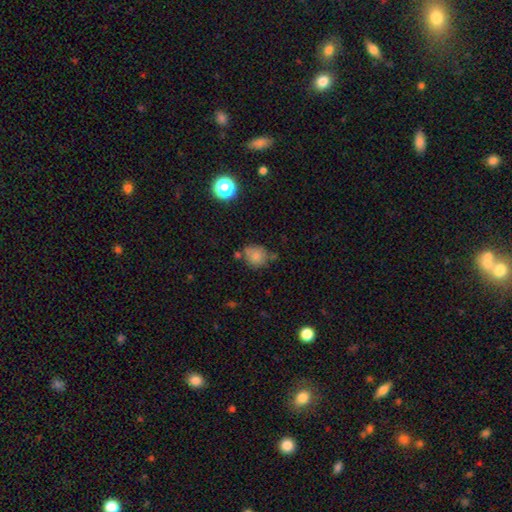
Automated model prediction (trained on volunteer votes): smooth_or_featured: smooth (p=0.77) [alt: star or artifact p=0.12]
how_rounded: round (p=0.74) [alt: in between p=0.25]
merging: none (p=0.59) [alt: minor disturbance p=0.21]